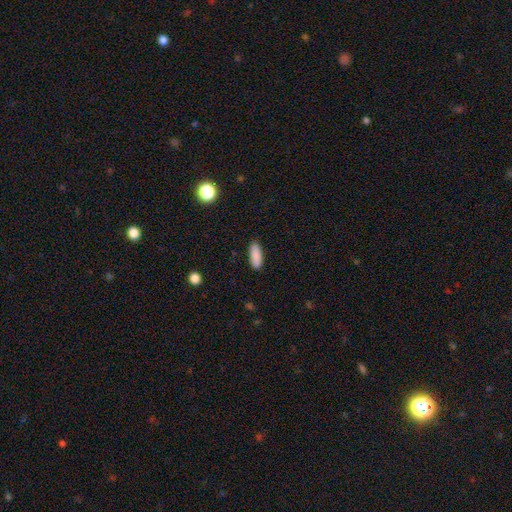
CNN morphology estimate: smooth 89%, star or artifact 7%, featured or disk 4%. Down the decision tree: how rounded — in between (67%); merging — none (89%).